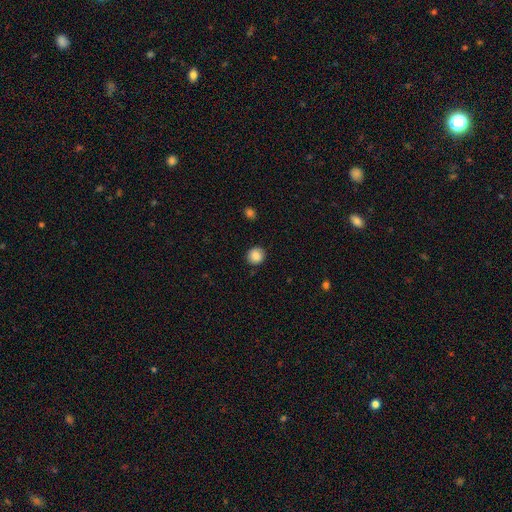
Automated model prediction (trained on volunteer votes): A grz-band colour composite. It shows a smooth galaxy with no disk features (88%) that is round (92%). Merging: none (90%).